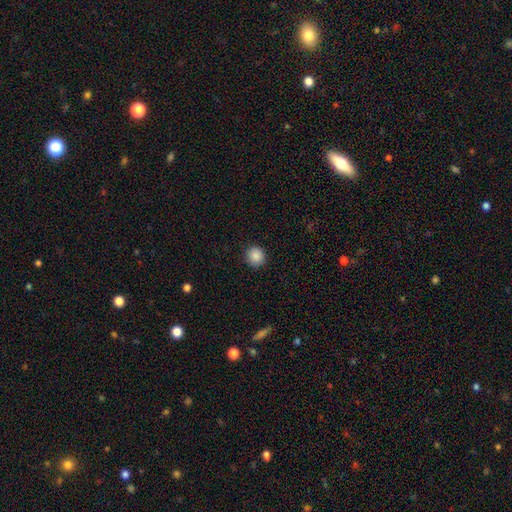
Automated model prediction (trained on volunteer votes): This is clearly a smooth galaxy (88%). How rounded: clearly round (89%). Merging: clearly none (91%).